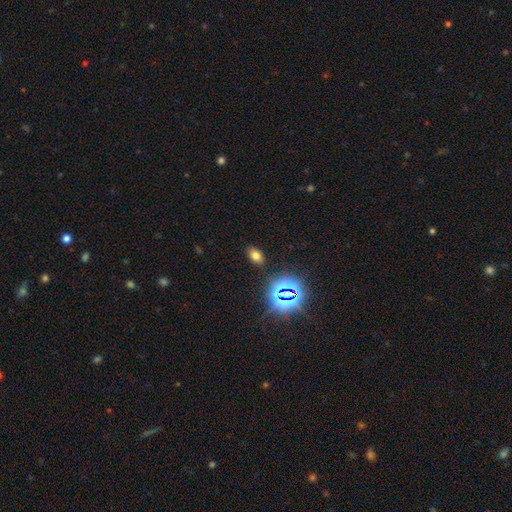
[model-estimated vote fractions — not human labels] smooth 65%, star or artifact 27%, featured or disk 8%. Down the decision tree: how rounded — in between (84%); merging — none (87%).